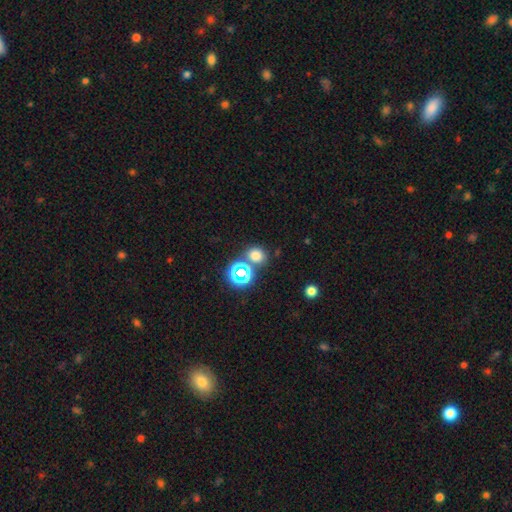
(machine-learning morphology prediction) This appears to be a smooth galaxy with no disk features (69%) that is round (73%). Merging: none (69%).